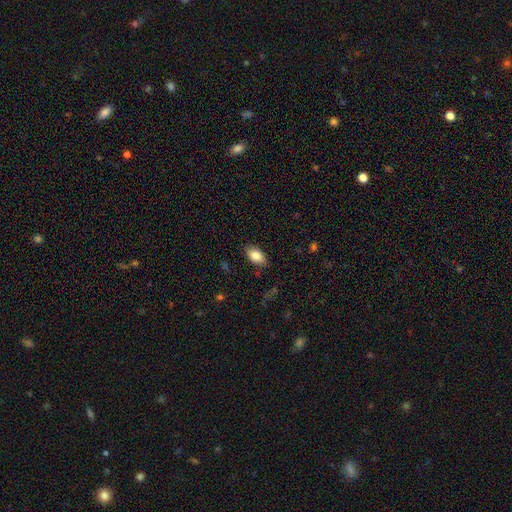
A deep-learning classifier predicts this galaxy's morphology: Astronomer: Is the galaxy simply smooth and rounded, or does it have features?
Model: smooth — 84%.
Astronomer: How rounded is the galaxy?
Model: in between — 92%.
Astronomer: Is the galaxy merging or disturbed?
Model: none — 86%.